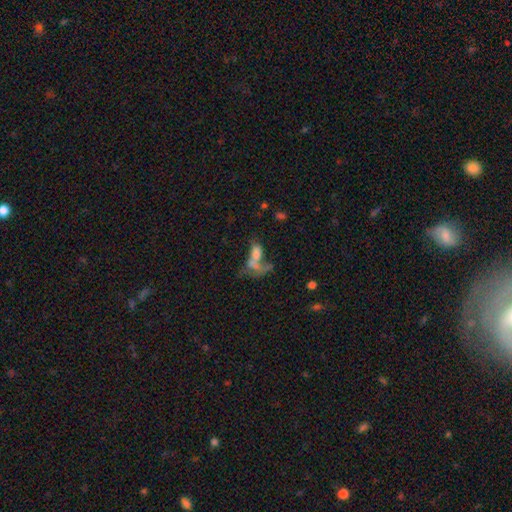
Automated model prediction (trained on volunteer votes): Overall: smooth (55%; featured or disk 30%). How rounded: in between (80%). Merging: merger (54%; major disturbance 22%).